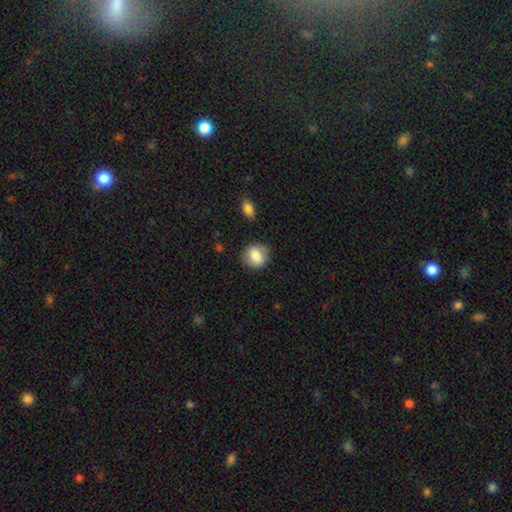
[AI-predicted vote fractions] Morphology: type=smooth (79%); roundness=round (71%); merging=none (80%).